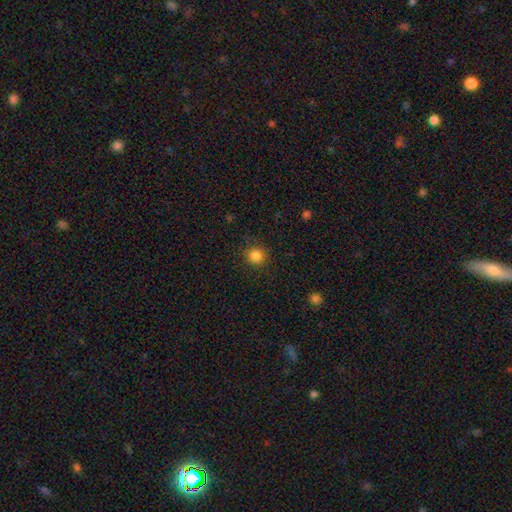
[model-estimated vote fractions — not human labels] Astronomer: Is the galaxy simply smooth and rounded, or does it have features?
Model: smooth — 85%.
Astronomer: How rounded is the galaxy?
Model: round — 92%.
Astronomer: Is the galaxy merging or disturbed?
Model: none — 88%.